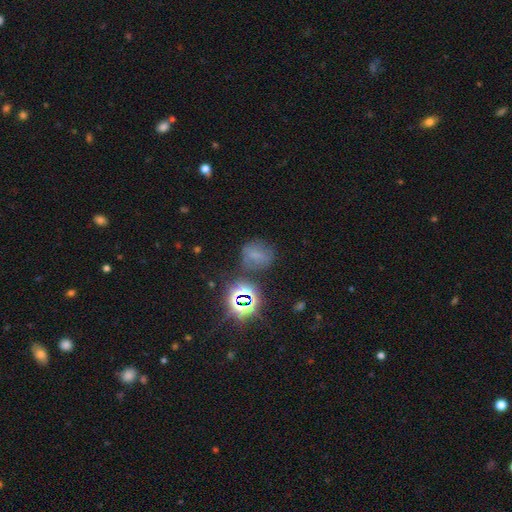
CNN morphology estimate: type=smooth (45%); merging=none (62%).